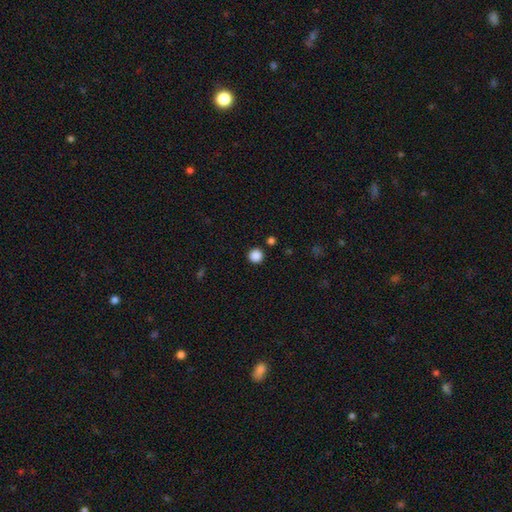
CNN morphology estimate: Q: Smooth or featured?
A: smooth (87%); runner-up: star or artifact (11%)
Q: How rounded?
A: round (95%); runner-up: in between (4%)
Q: Merging?
A: none (91%); runner-up: minor disturbance (5%)